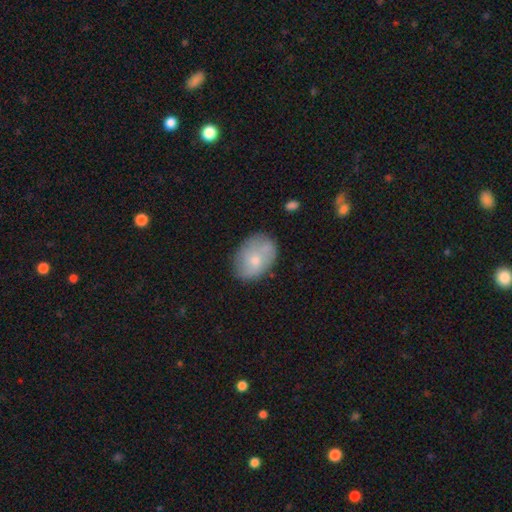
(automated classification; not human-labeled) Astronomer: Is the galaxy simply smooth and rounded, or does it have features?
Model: smooth — 62%.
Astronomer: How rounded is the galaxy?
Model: in between — 77%.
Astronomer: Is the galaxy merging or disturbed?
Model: none — 75%.